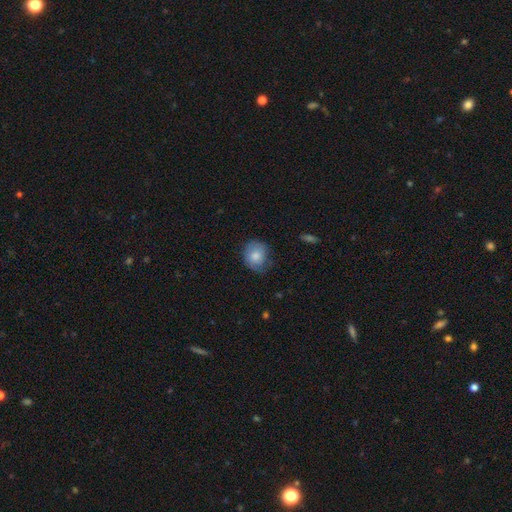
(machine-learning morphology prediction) The model was most divided on "merging": none: 62%, minor disturbance: 29%, major disturbance: 8%, merger: 1%. More confident: smooth or featured — smooth (78%); how rounded — round (72%).